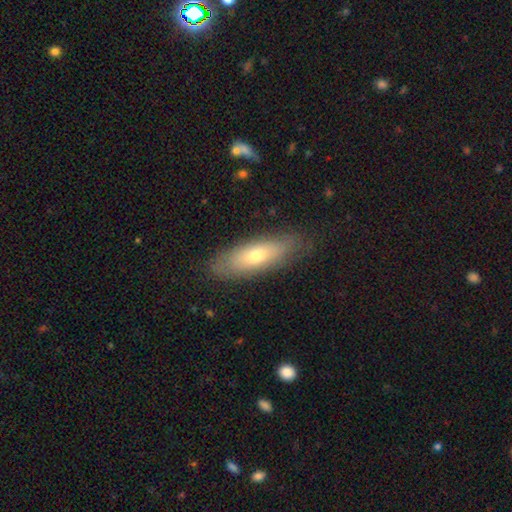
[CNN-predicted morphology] The model was most divided on "how rounded": in between: 56%, cigar-shaped: 41%, round: 2%. More confident: merging — none (81%); smooth or featured — smooth (62%).